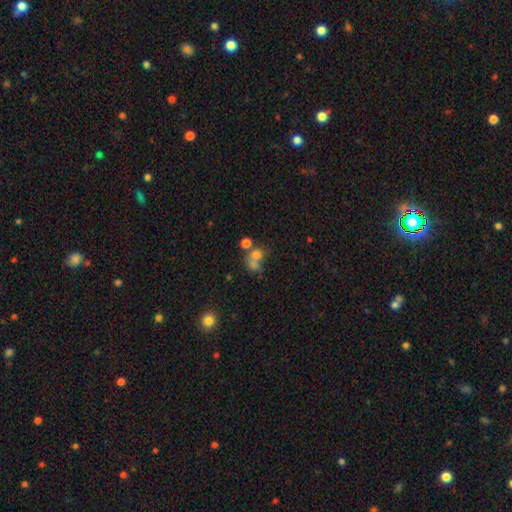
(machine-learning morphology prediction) This appears to be a smooth galaxy with no disk features (64%) that is round (70%). Merging: merger (50%).